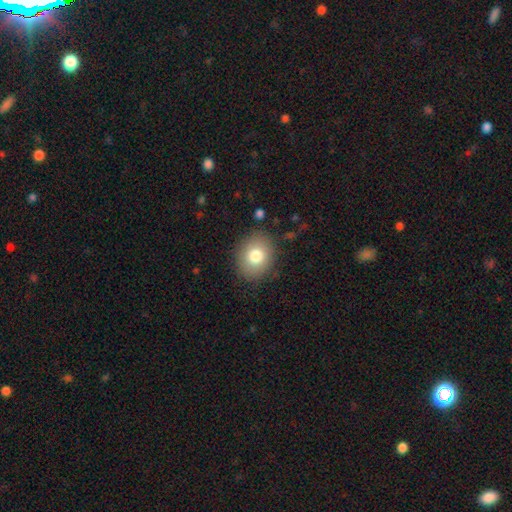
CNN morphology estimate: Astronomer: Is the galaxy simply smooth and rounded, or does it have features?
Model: smooth — 79%.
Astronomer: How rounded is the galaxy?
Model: round — 60% (runner-up: in between, 40%).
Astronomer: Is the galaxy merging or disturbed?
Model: none — 86%.